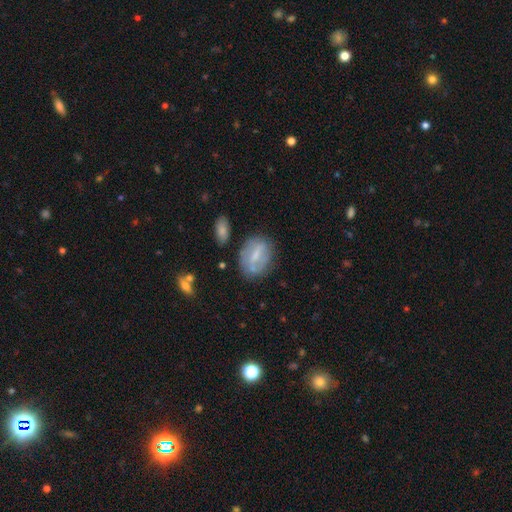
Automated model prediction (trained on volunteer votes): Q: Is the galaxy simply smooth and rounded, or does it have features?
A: smooth — 49%.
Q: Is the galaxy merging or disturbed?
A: none — 67%.